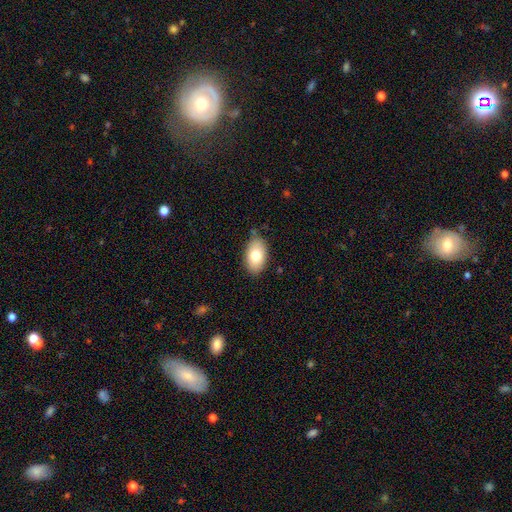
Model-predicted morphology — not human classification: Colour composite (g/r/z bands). It shows a smooth galaxy with no disk features (76%) that is in between round and cigar-shaped (92%). Merging: none (83%).